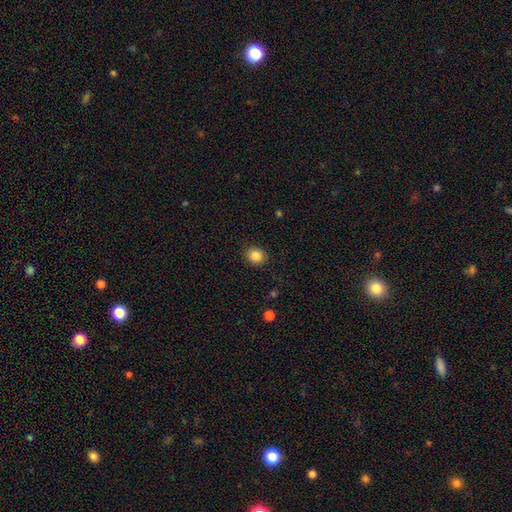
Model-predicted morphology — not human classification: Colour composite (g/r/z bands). It shows a smooth galaxy with no disk features (85%) that is round (81%). Merging: none (90%).